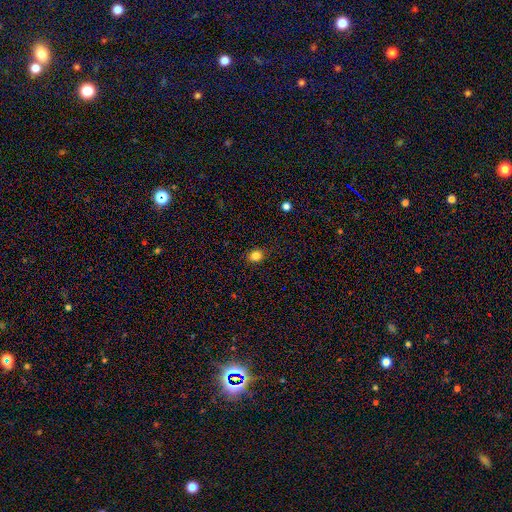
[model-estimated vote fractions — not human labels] smooth_or_featured: smooth (p=0.83) [alt: star or artifact p=0.12]
how_rounded: round (p=0.58) [alt: in between p=0.41]
merging: none (p=0.87) [alt: minor disturbance p=0.10]